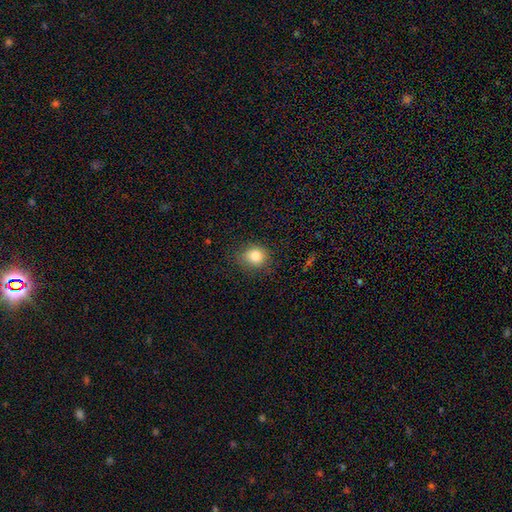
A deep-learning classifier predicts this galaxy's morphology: Q: Smooth or featured?
A: smooth (83%); runner-up: star or artifact (11%)
Q: How rounded?
A: round (73%); runner-up: in between (26%)
Q: Merging?
A: none (80%); runner-up: minor disturbance (15%)